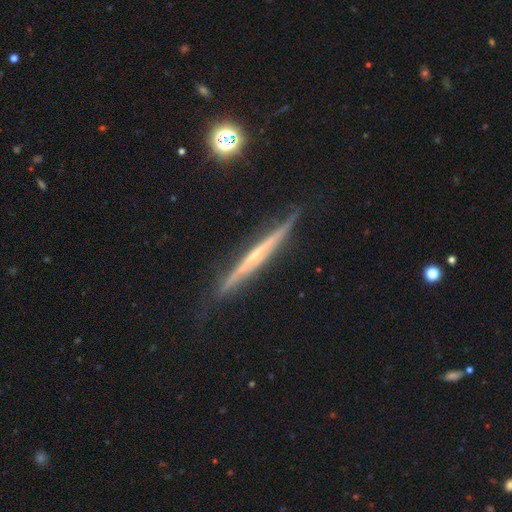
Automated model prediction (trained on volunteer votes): This is likely a featured or disk galaxy (77%). It is clearly viewed edge-on (97%). Edge-on bulge: possibly none (59%). Merging: clearly none (83%).